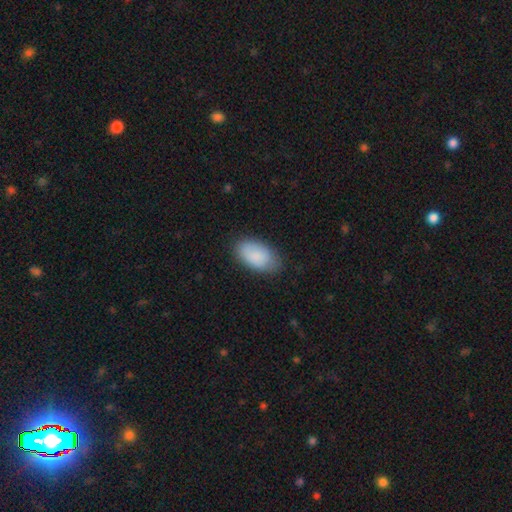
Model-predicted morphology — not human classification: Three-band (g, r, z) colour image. It shows a smooth galaxy with no disk features (87%) that is in between round and cigar-shaped (95%). Merging: none (80%).